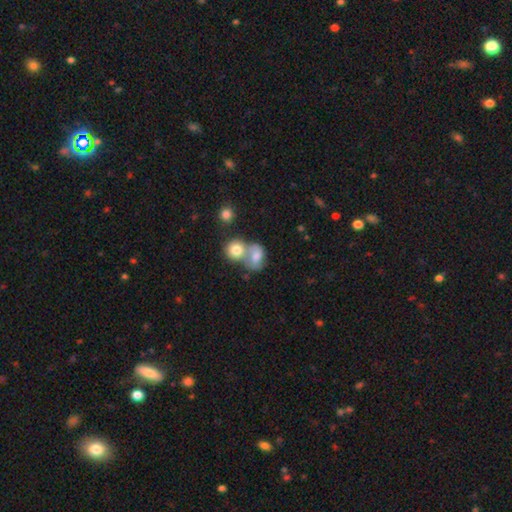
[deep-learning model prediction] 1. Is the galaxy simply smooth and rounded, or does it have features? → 70% smooth, 20% featured or disk, 10% star or artifact.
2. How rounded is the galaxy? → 49% in between (tied), 49% round (tied), 1% cigar-shaped.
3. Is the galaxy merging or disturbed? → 61% merger, 24% none, 10% minor disturbance, 6% major disturbance.